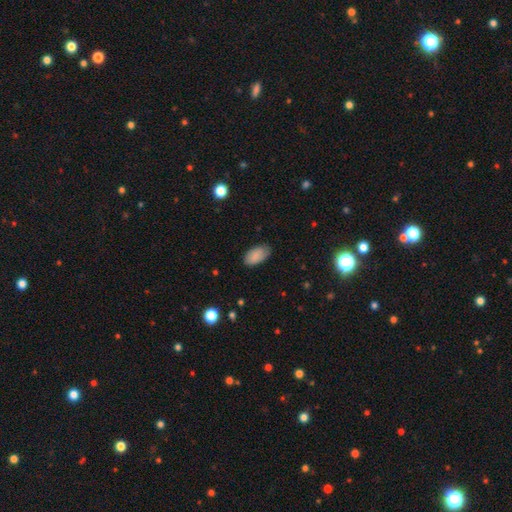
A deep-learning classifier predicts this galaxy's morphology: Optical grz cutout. It shows a smooth galaxy with no disk features (86%) that is in between round and cigar-shaped (95%). Merging: none (78%).